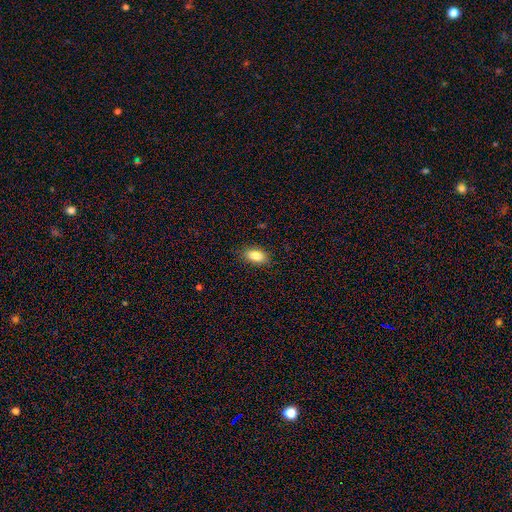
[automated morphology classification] Q: Smooth or featured?
A: smooth (87%); runner-up: star or artifact (8%)
Q: How rounded?
A: in between (92%); runner-up: round (5%)
Q: Merging?
A: none (87%); runner-up: minor disturbance (10%)